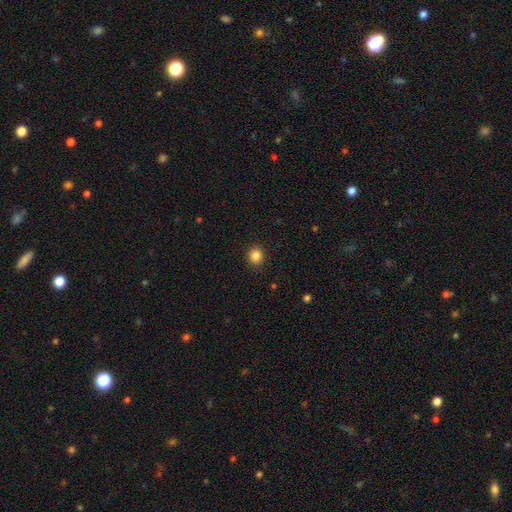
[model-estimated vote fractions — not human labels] smooth-or-featured: smooth: 85% | star or artifact: 11% | featured or disk: 4%
  how-rounded: round: 83% | in between: 16% | cigar-shaped: 1%
  merging: none: 91% | minor disturbance: 6% | major disturbance: 2% | merger: 1%